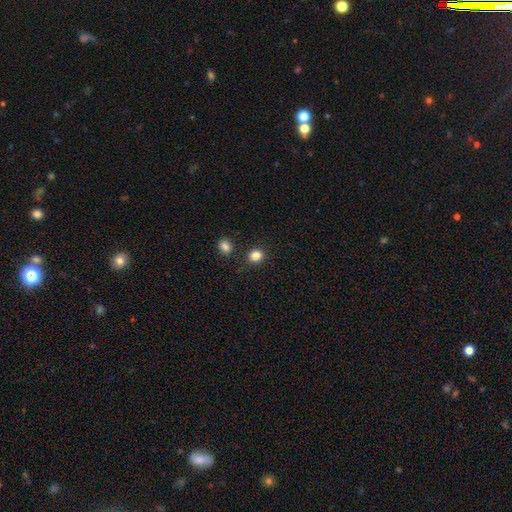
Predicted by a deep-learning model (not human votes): Smooth or featured?
  - smooth: 84% *
  - star or artifact: 12%
  - featured or disk: 4%
How rounded?
  - round: 78% *
  - in between: 21%
  - cigar-shaped: 1%
Merging?
  - none: 86% *
  - minor disturbance: 7%
  - merger: 4%
  - major disturbance: 2%